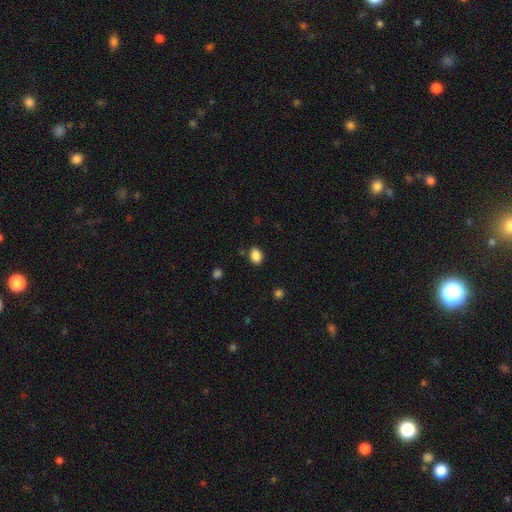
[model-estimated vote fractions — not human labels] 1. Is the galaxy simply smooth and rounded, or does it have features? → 87% smooth, 10% star or artifact, 3% featured or disk.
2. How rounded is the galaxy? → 64% in between, 35% round, 1% cigar-shaped.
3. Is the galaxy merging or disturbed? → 85% none, 10% minor disturbance, 3% major disturbance, 2% merger.